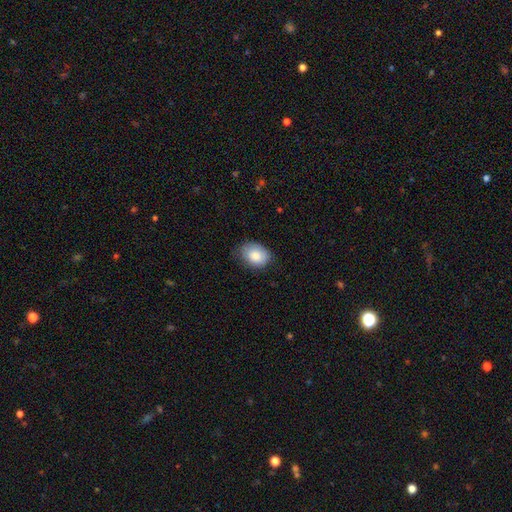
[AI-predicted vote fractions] Smooth or featured? Predicted: smooth (p=0.84). How rounded? Predicted: in between (p=0.74). Merging? Predicted: none (p=0.67).